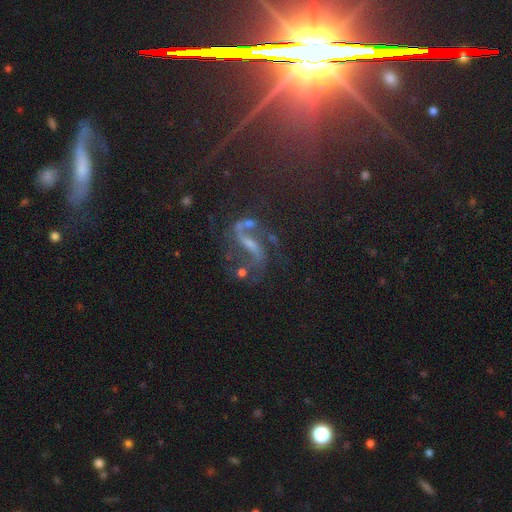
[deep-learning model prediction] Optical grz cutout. It shows a featured or disk galaxy (74%) with a strong bar (45%), 2 (89%) loose (57%) spiral arms (90%) and a small central bulge (56%). Merging: none (56%).